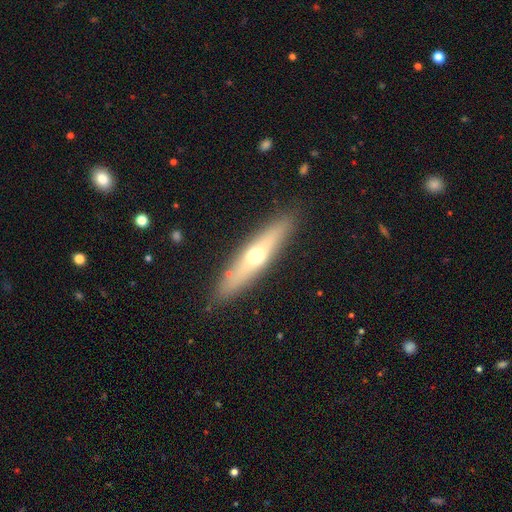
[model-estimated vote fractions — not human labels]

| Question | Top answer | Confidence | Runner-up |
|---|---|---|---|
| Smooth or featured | featured or disk | 50% | smooth (44%) |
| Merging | none | 88% | minor disturbance (8%) |